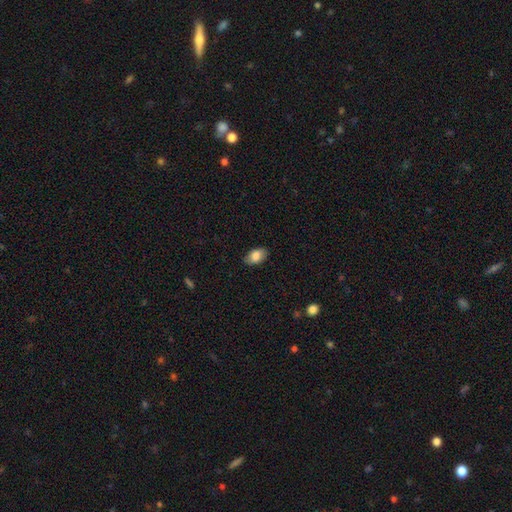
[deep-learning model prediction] This is clearly a smooth galaxy (84%). How rounded: clearly in between (92%). Merging: clearly none (85%).